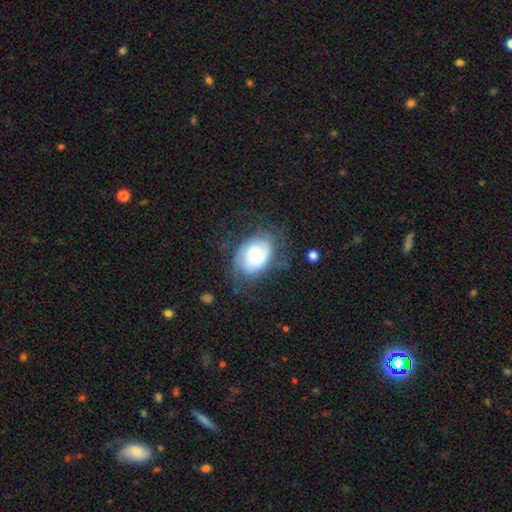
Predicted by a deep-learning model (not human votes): A featured or disk galaxy (53%) with no bar (76%), spiral arms (84%) and a large central bulge (29%). Merging: none (52%).